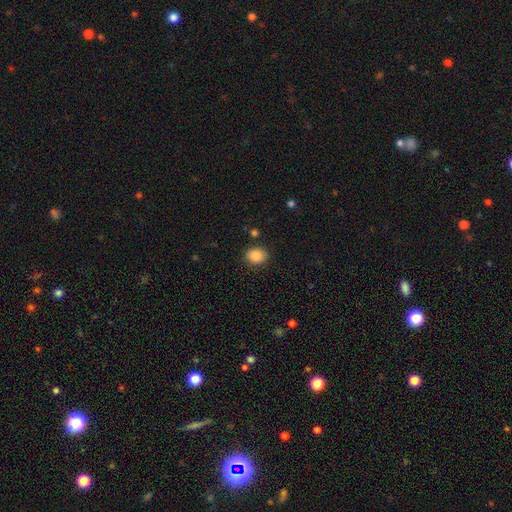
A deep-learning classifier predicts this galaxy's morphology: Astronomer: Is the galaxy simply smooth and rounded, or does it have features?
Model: smooth — 87%.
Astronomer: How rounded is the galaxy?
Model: round — 57% (runner-up: in between, 43%).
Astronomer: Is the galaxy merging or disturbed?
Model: none — 85%.